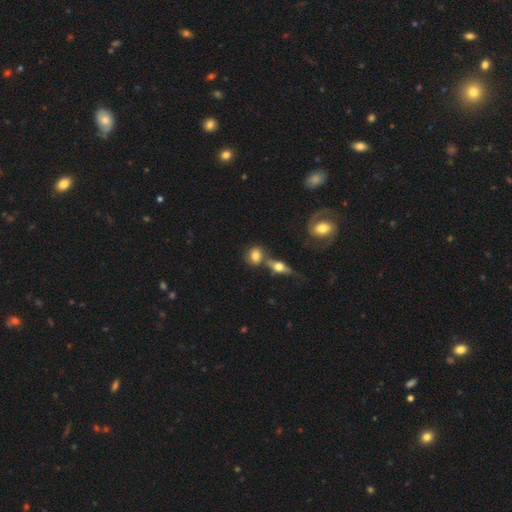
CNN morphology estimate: This appears to be a smooth galaxy with no disk features (69%) that is round (54%). Merging: none (48%).